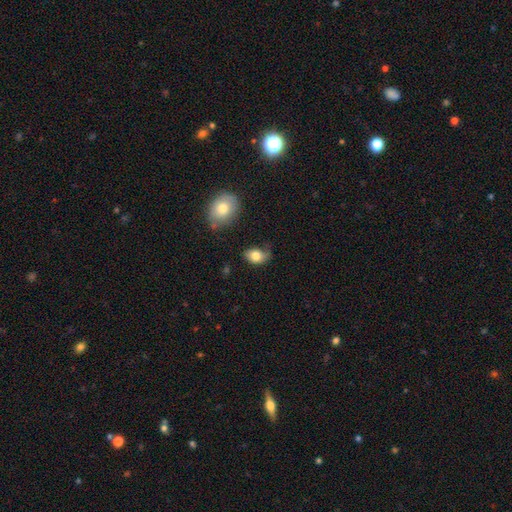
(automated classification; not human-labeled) Smooth or featured? smooth (79%)
How rounded? in between (77%)
Merging? none (48%)